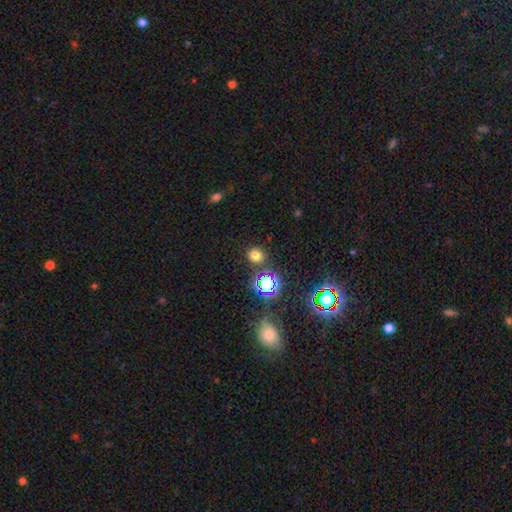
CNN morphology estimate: smooth 68%, star or artifact 26%, featured or disk 5%. Down the decision tree: how rounded — round (83%); merging — none (84%).